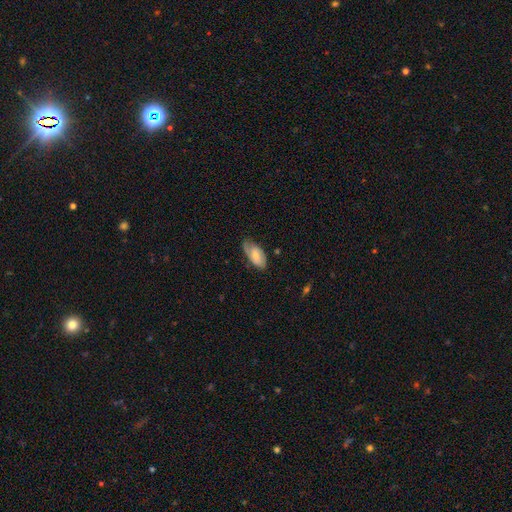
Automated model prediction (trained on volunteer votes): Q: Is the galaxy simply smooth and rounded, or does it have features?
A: smooth — 51%.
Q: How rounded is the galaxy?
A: in between — 92%.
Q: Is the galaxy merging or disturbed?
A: none — 60%.